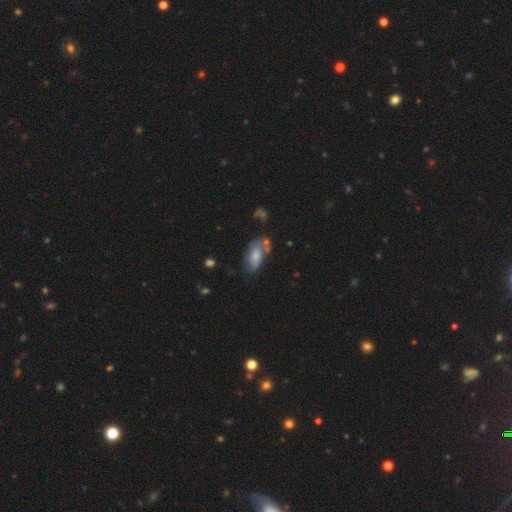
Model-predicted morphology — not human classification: type=smooth (56%); roundness=in between (89%); merging=none (44%).